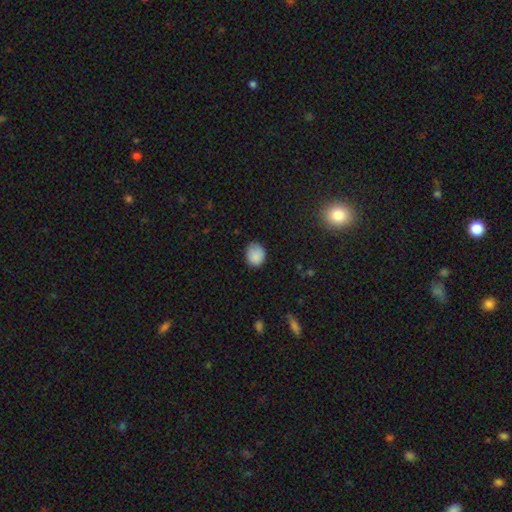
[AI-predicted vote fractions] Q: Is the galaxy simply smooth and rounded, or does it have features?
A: smooth — 85%.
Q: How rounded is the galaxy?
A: round — 63%.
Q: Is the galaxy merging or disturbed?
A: none — 70%.